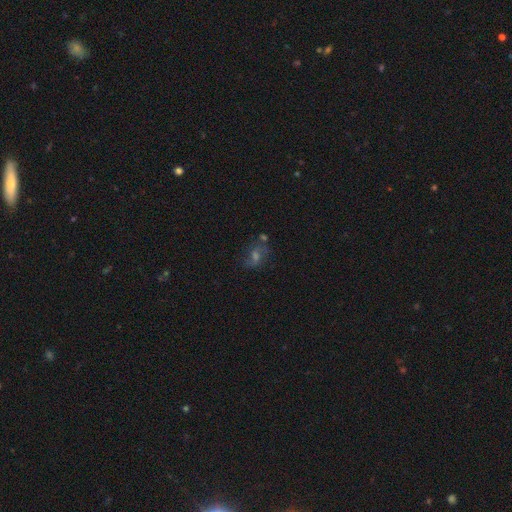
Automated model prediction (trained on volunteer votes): This appears to be a featured or disk galaxy (43%). Merging: none (64%).